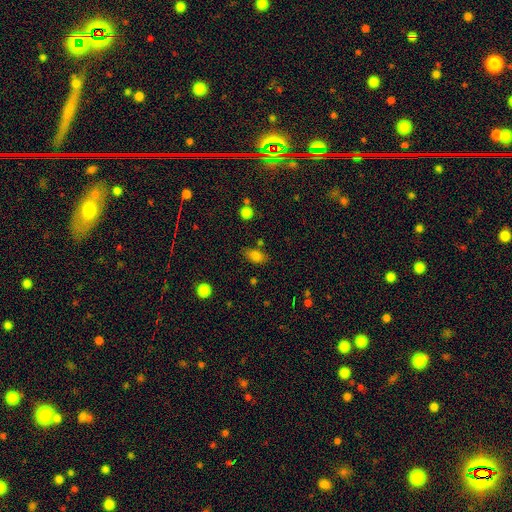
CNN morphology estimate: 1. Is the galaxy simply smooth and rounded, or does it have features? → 81% smooth, 11% star or artifact, 8% featured or disk.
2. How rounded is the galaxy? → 85% in between, 11% round, 4% cigar-shaped.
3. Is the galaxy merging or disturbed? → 74% none, 17% minor disturbance, 5% merger, 4% major disturbance.